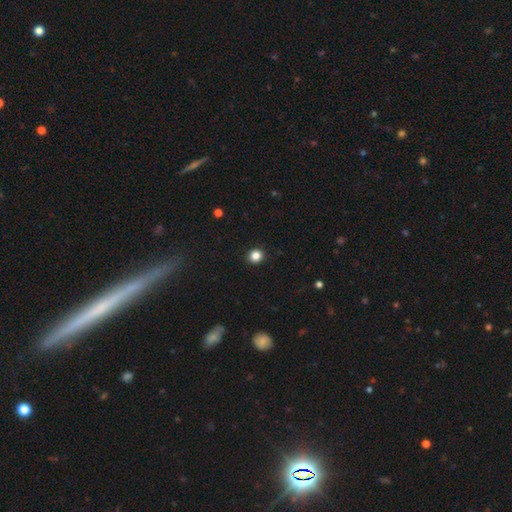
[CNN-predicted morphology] Overall: smooth (84%). How rounded: round (88%). Merging: none (92%).